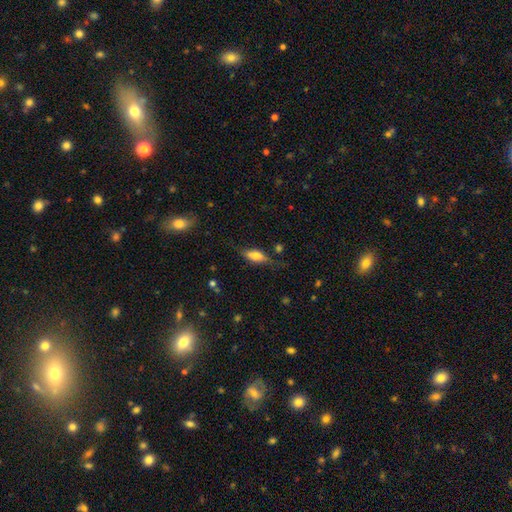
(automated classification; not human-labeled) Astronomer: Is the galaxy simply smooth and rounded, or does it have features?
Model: smooth — 64%.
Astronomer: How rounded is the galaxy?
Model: in between — 74%.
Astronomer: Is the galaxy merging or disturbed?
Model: none — 65%.